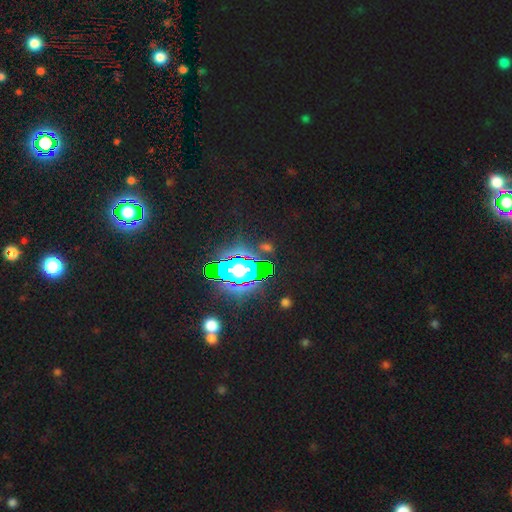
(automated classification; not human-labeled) Smooth or featured? Predicted: star or artifact (p=0.81).